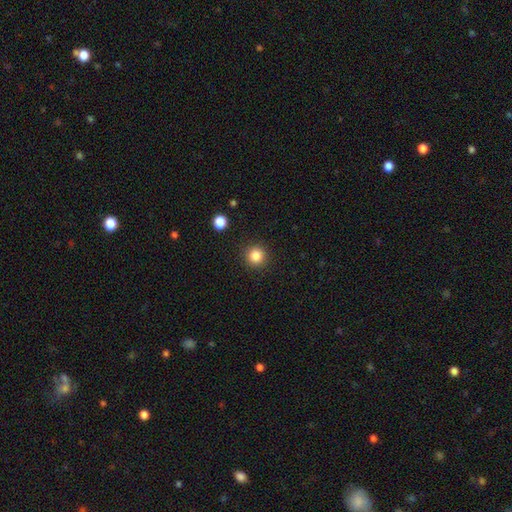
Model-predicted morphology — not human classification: Overall: smooth (84%). How rounded: round (94%). Merging: none (91%).